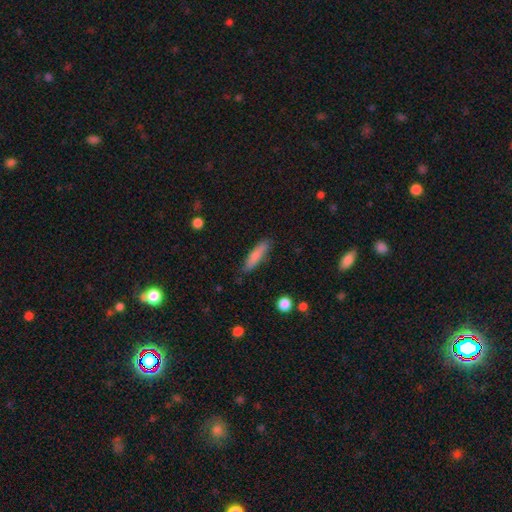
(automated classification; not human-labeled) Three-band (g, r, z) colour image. It shows a smooth galaxy with no disk features (80%) that is cigar-shaped (78%). Merging: none (82%).